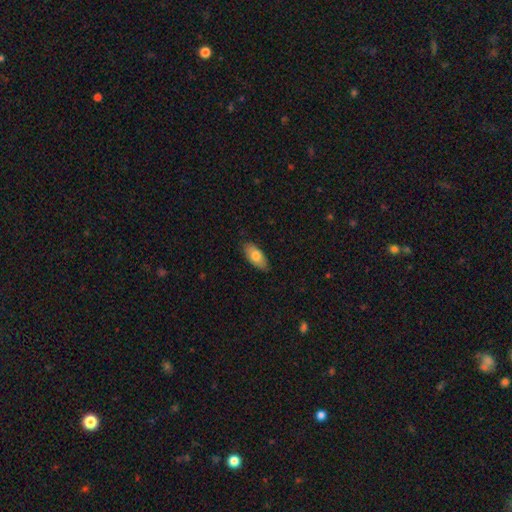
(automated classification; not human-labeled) This appears to be a smooth galaxy with no disk features (75%) that is in between round and cigar-shaped (88%). Merging: none (84%).